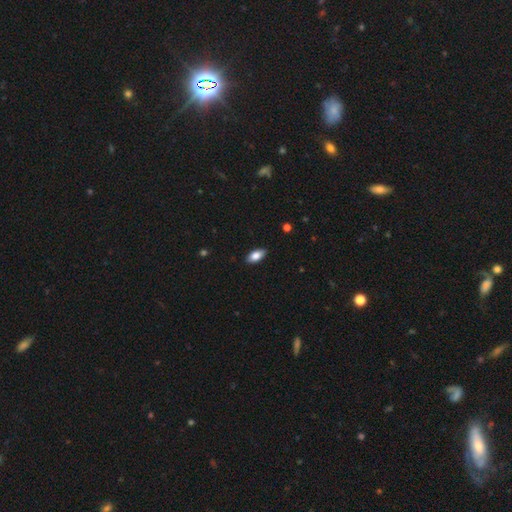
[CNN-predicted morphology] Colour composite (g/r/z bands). It shows a smooth galaxy with no disk features (82%) that is in between round and cigar-shaped (91%). Merging: none (88%).